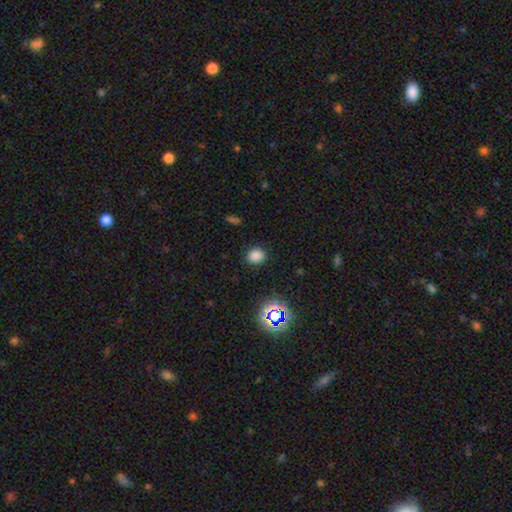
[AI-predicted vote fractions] A smooth galaxy with no disk features (80%) that is round (77%). Merging: none (88%).